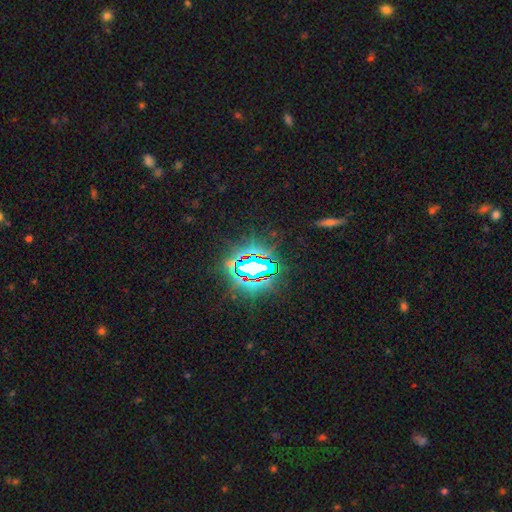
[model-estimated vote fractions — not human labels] This is likely a star or artifact rather than a galaxy (78%).